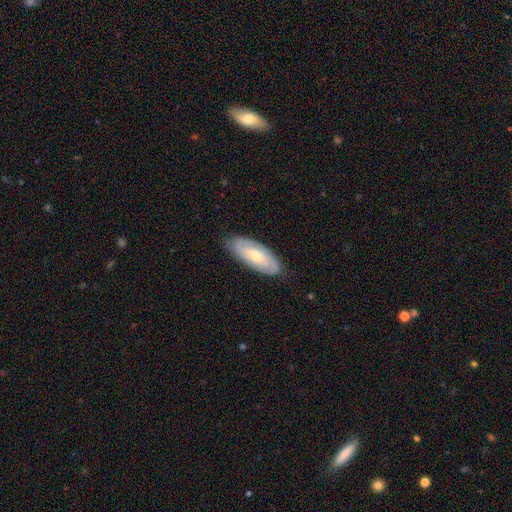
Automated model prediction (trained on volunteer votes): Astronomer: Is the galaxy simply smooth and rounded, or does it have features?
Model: featured or disk — 49% (runner-up: smooth, 45%).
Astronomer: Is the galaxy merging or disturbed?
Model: none — 83%.